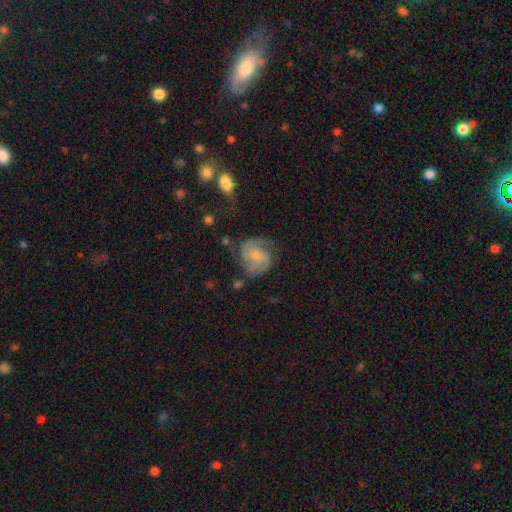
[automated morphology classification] Overall: featured or disk (74%). Edge-on disk: no (98%). Bar: no (65%; weak 30%). Spiral arms: yes (93%). Spiral arm count: 2 (58%). Spiral winding: medium (45%; tight 37%). Bulge size: small (63%; moderate 26%). Merging: none (59%; minor disturbance 22%).